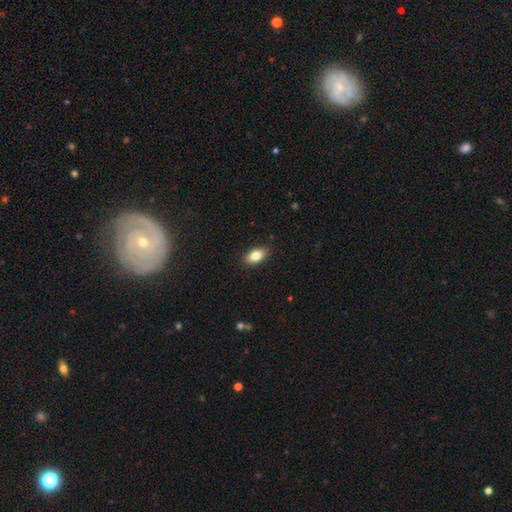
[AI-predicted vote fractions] Q: Smooth or featured?
A: smooth (82%); runner-up: featured or disk (10%)
Q: How rounded?
A: in between (89%); runner-up: round (7%)
Q: Merging?
A: none (88%); runner-up: minor disturbance (9%)